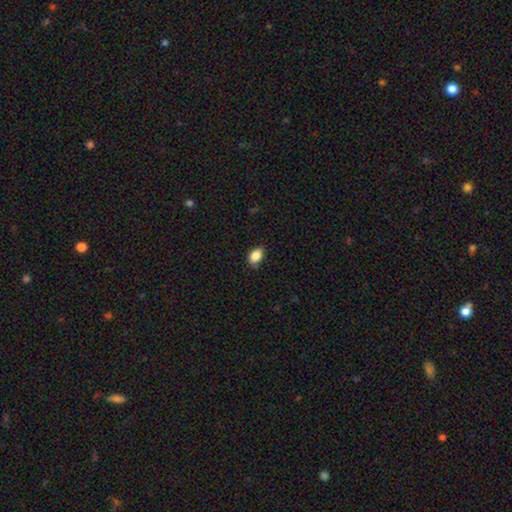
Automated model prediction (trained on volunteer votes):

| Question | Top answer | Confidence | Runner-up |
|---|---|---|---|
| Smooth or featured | smooth | 87% | star or artifact (9%) |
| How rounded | in between | 79% | round (20%) |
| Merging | none | 80% | minor disturbance (16%) |